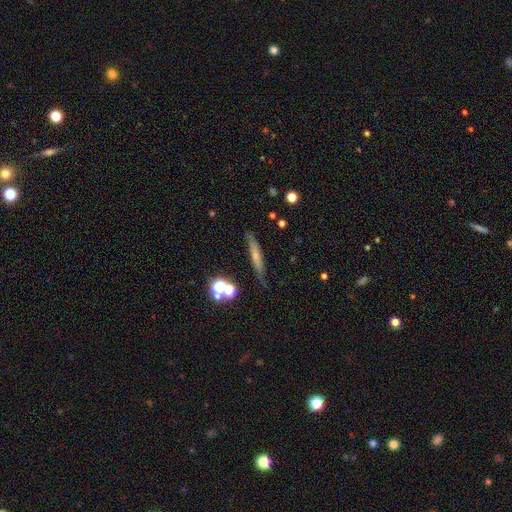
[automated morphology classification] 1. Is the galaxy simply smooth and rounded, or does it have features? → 53% smooth, 36% featured or disk, 11% star or artifact.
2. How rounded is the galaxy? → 87% cigar-shaped, 9% in between, 4% round.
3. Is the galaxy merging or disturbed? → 72% none, 18% minor disturbance, 5% major disturbance, 5% merger.